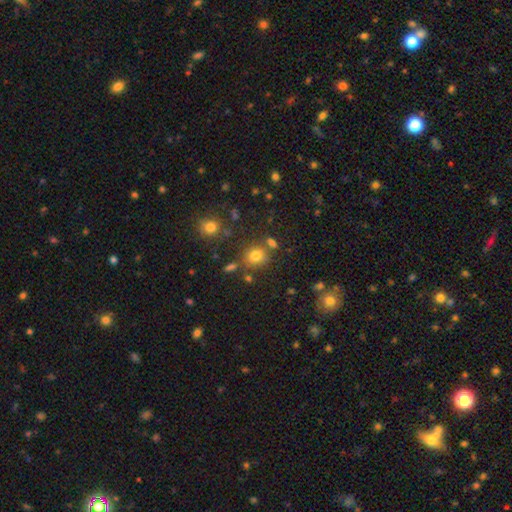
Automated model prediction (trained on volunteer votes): smooth_or_featured: smooth (p=0.76) [alt: star or artifact p=0.15]
how_rounded: round (p=0.69) [alt: in between p=0.30]
merging: none (p=0.72) [alt: minor disturbance p=0.13]